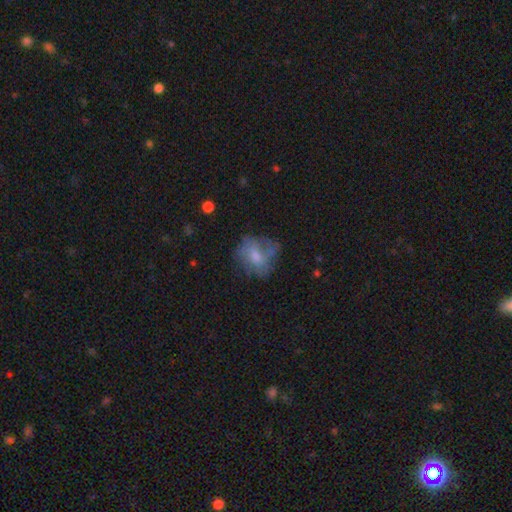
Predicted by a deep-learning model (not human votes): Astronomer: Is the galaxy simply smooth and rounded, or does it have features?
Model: smooth — 49% (runner-up: featured or disk, 41%).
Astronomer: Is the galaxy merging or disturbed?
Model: none — 46% (runner-up: minor disturbance, 27%).